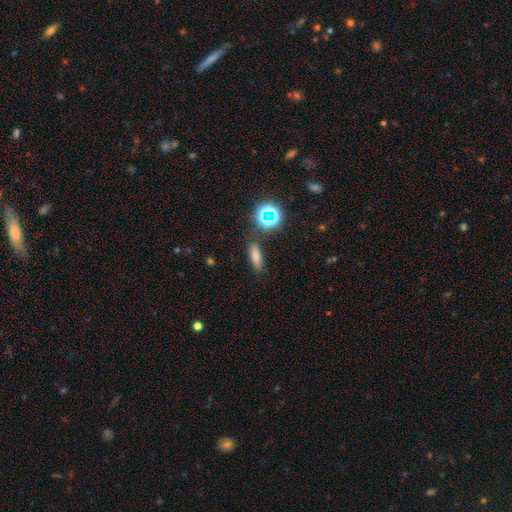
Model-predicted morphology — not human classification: This is likely a smooth galaxy (72%). How rounded: possibly in between (47%). Merging: clearly none (82%).